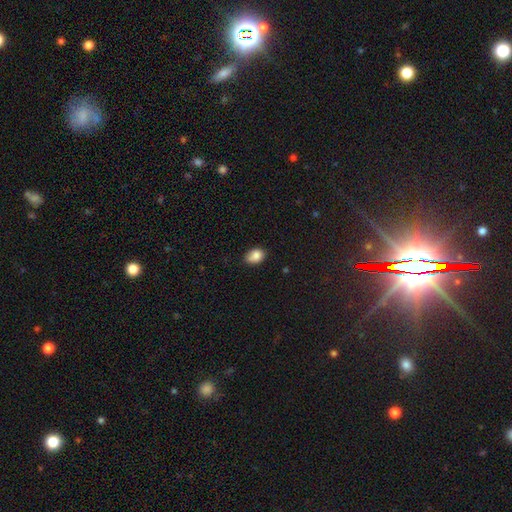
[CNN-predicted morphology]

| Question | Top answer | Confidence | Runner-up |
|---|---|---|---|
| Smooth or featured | smooth | 85% | star or artifact (9%) |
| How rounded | in between | 76% | round (23%) |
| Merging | none | 70% | minor disturbance (25%) |